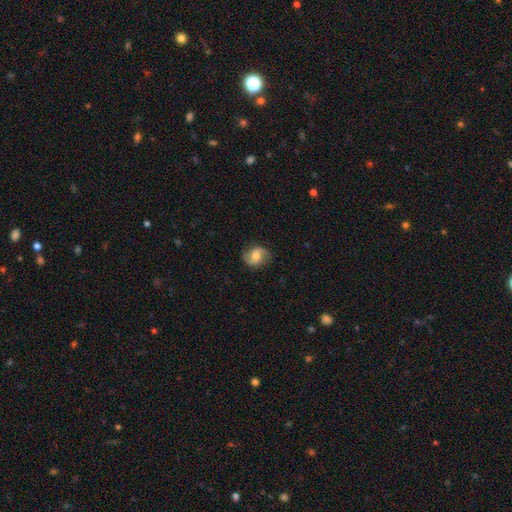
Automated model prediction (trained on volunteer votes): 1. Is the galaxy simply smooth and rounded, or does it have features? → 46% smooth (tied), 46% featured or disk (tied), 8% star or artifact.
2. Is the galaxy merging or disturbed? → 78% none, 16% minor disturbance, 5% major disturbance, 1% merger.